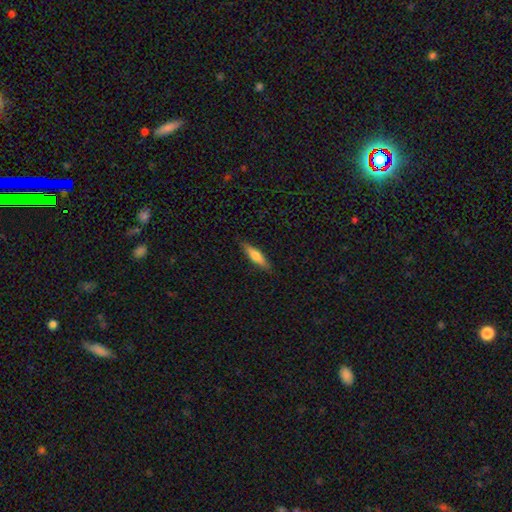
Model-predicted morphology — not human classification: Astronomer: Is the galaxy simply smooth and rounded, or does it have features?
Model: smooth — 61%.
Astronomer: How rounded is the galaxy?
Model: cigar-shaped — 72%.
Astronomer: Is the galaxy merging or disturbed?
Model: none — 88%.